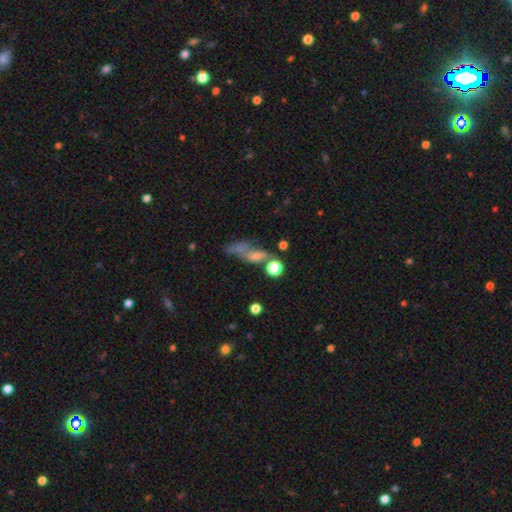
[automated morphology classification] type=smooth (44%); merging=none (34%).